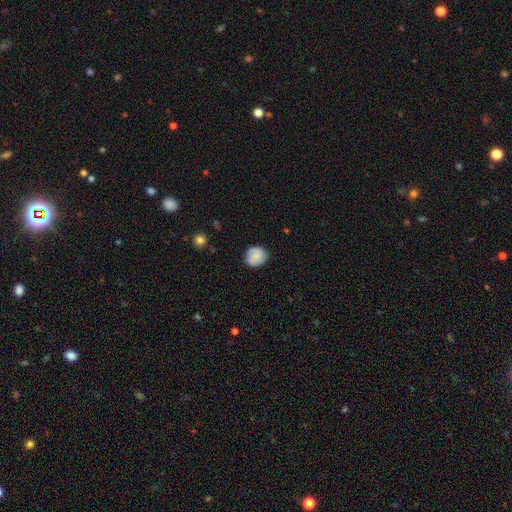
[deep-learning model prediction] Overall: smooth (78%). How rounded: round (84%). Merging: none (82%).